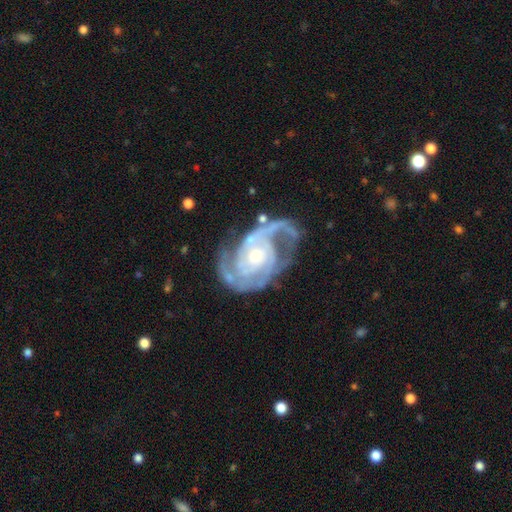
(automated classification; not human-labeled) Smooth or featured? Predicted: featured or disk (p=0.93). Edge-on disk? Predicted: no (p=0.98). Bar? Predicted: no (p=0.62). Spiral arms? Predicted: yes (p=0.98). Spiral winding? Predicted: tight (p=0.50). Spiral arm count? Predicted: 2 (p=0.64). Bulge size? Predicted: small (p=0.55). Merging? Predicted: none (p=0.64).